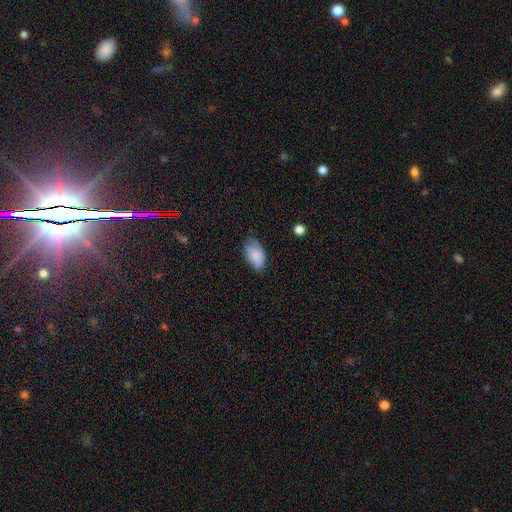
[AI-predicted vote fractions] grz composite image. It shows a smooth galaxy with no disk features (85%) that is in between round and cigar-shaped (93%). Merging: none (66%).